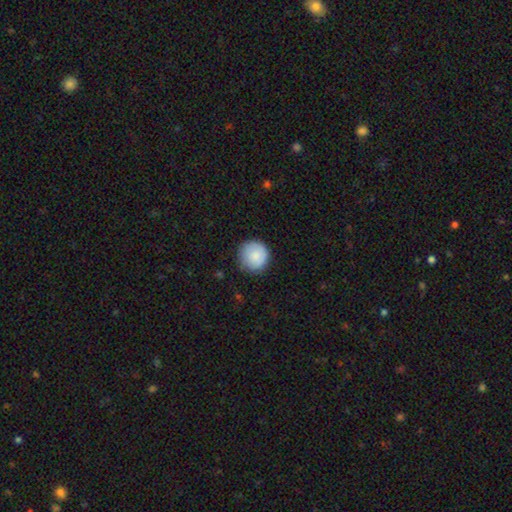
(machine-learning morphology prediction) smooth-or-featured: smooth: 83% | featured or disk: 10% | star or artifact: 7%
  how-rounded: round: 94% | in between: 5% | cigar-shaped: 1%
  merging: none: 81% | minor disturbance: 15% | major disturbance: 3% | merger: 1%